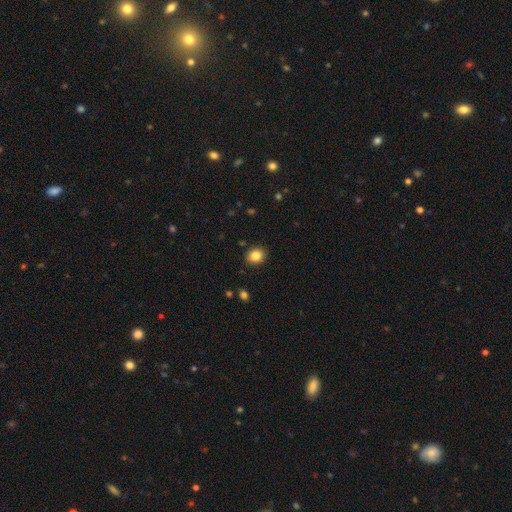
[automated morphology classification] smooth 84%, star or artifact 10%, featured or disk 6%. Down the decision tree: how rounded — round (64%); merging — none (89%).